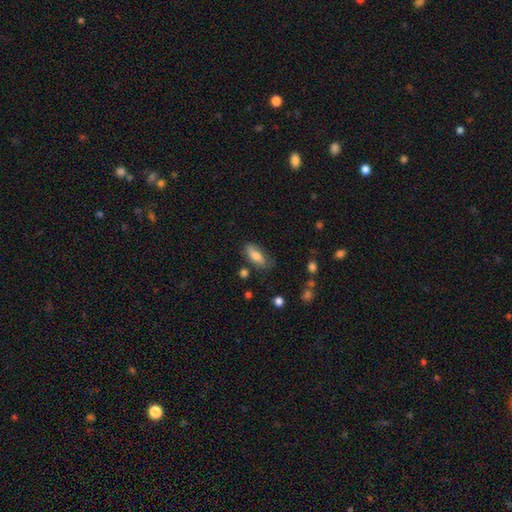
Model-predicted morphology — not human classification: A smooth galaxy with no disk features (77%) that is in between round and cigar-shaped (73%).

Vote fractions:
- Smooth or featured? smooth: 77% / featured or disk: 16% / star or artifact: 7%
- How rounded? in between: 73% / cigar-shaped: 24% / round: 3%
- Merging? none: 69% / minor disturbance: 22% / major disturbance: 6% / merger: 3%